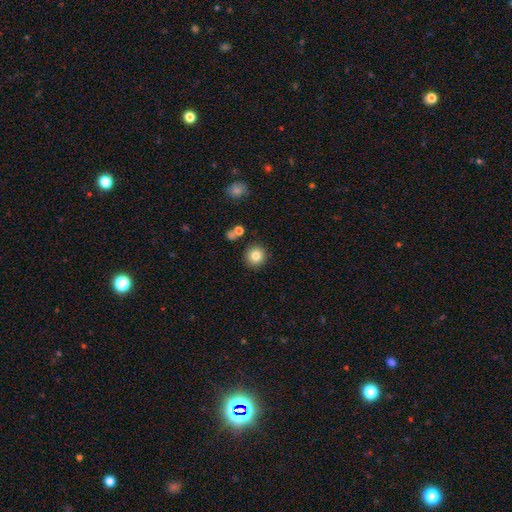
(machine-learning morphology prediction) smooth 82%, star or artifact 11%, featured or disk 7%. Down the decision tree: how rounded — round (93%); merging — none (88%).